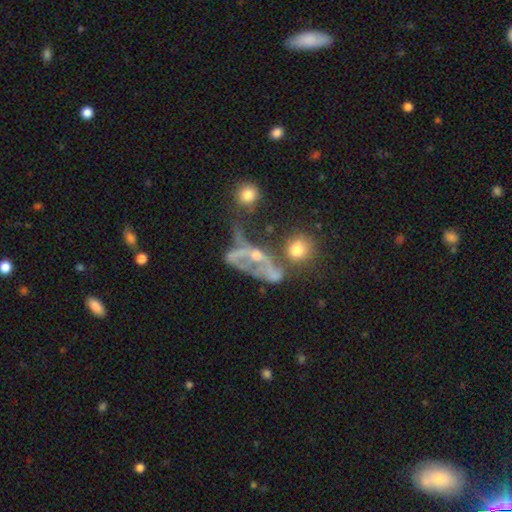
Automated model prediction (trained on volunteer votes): Smooth or featured: featured or disk — 53% (smooth — 25%)
Edge-on disk: no — 85% (yes — 15%)
Merging: merger — 32% (none — 30%)